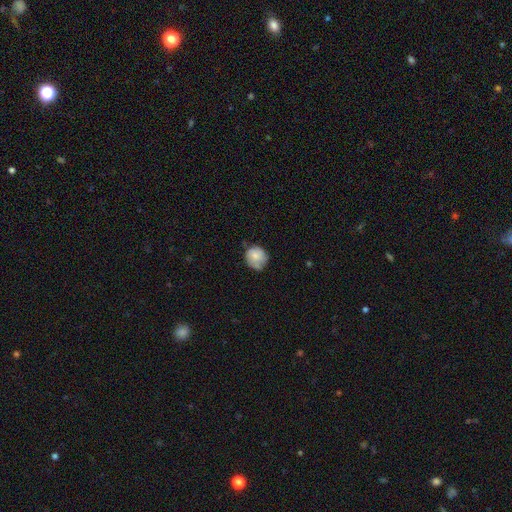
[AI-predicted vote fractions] Smooth or featured?
  - smooth: 70% *
  - featured or disk: 23%
  - star or artifact: 8%
How rounded?
  - round: 80% *
  - in between: 19%
  - cigar-shaped: 1%
Merging?
  - none: 58% *
  - minor disturbance: 32%
  - major disturbance: 9%
  - merger: 2%